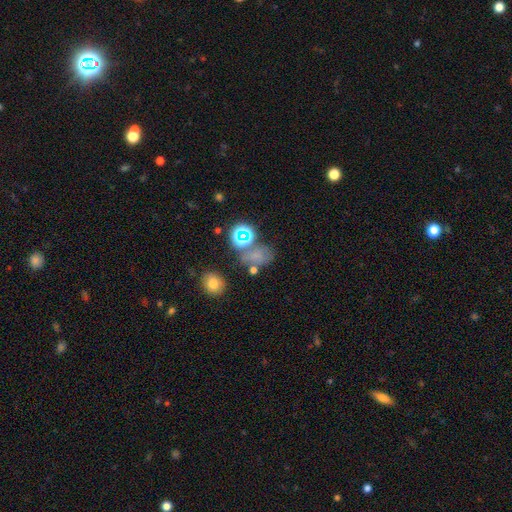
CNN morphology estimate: Smooth or featured?
  - smooth: 51% *
  - star or artifact: 35%
  - featured or disk: 14%
How rounded?
  - in between: 57% *
  - round: 41%
  - cigar-shaped: 2%
Merging?
  - none: 50% *
  - merger: 18%
  - minor disturbance: 18%
  - major disturbance: 14%